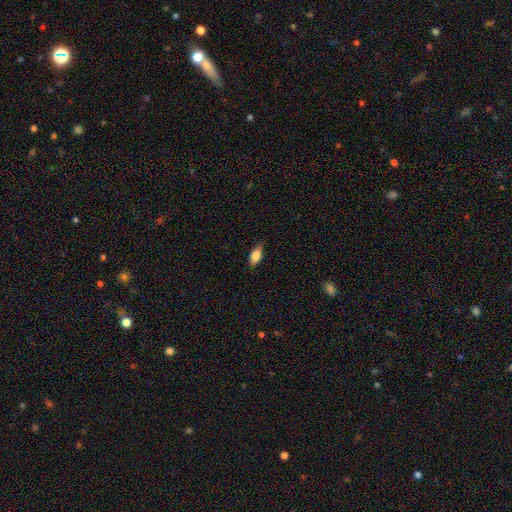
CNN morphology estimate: Smooth or featured? smooth (82%)
How rounded? in between (85%)
Merging? none (73%)